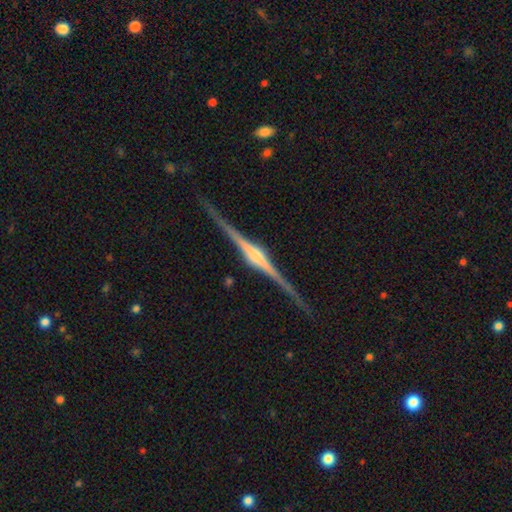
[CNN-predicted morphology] Smooth or featured?
  - featured or disk: 90% *
  - smooth: 5%
  - star or artifact: 5%
Edge-on disk?
  - yes: 99% *
  - no: 1%
Edge-on bulge?
  - rounded: 85% *
  - boxy: 11%
  - none: 4%
Merging?
  - none: 87% *
  - minor disturbance: 10%
  - major disturbance: 2%
  - merger: 1%